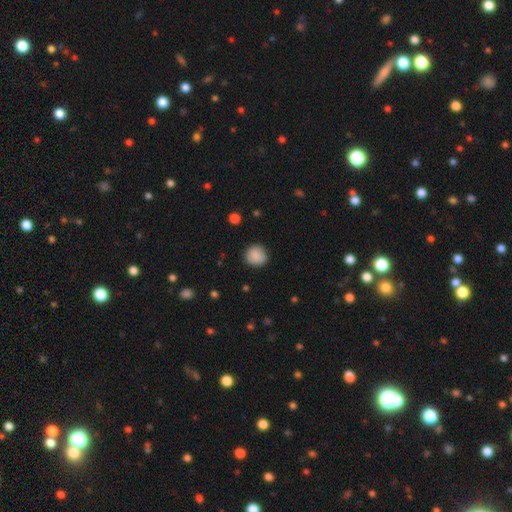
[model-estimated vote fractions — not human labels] Smooth or featured? Predicted: smooth (p=0.87). How rounded? Predicted: round (p=0.87). Merging? Predicted: none (p=0.84).